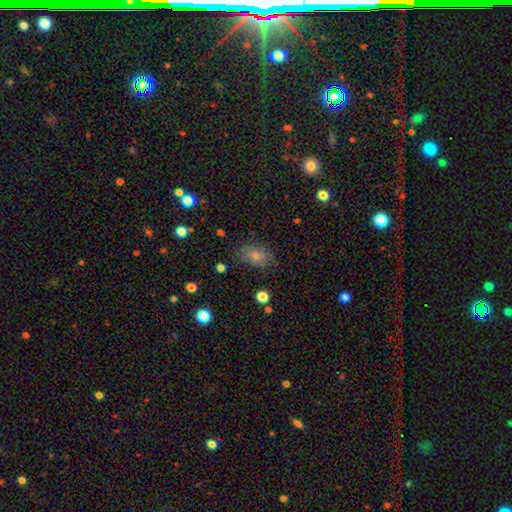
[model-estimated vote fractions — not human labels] A smooth galaxy with no disk features (67%) that is in between round and cigar-shaped (82%). Merging: none (80%).